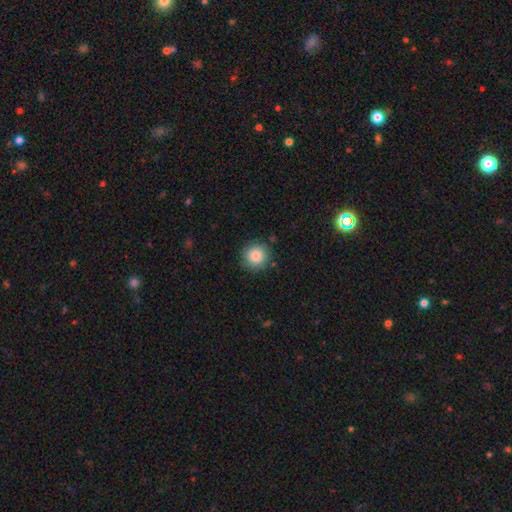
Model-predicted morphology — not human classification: Smooth or featured? Predicted: smooth (p=0.84). How rounded? Predicted: round (p=0.94). Merging? Predicted: none (p=0.86).